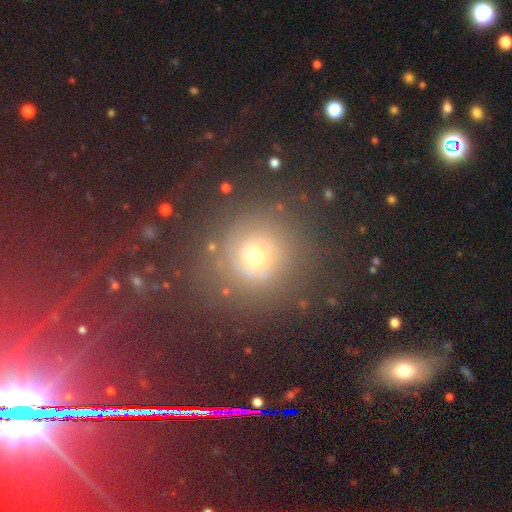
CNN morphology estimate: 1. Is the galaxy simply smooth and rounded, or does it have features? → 53% smooth, 31% featured or disk, 17% star or artifact.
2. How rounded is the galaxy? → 89% round, 10% in between, 1% cigar-shaped.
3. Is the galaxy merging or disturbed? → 72% none, 14% minor disturbance, 11% major disturbance, 3% merger.